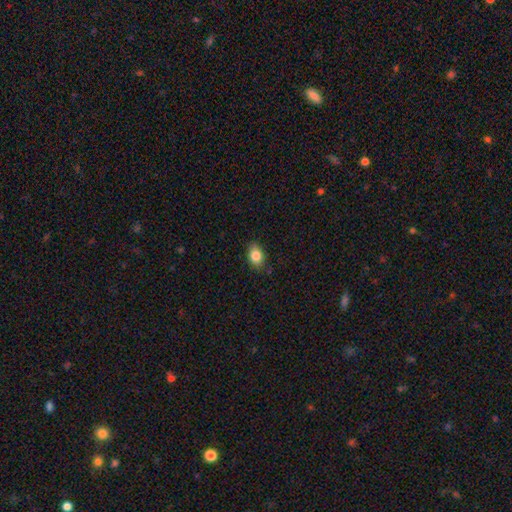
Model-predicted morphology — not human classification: Q: Smooth or featured?
A: smooth (83%); runner-up: star or artifact (9%)
Q: How rounded?
A: in between (76%); runner-up: round (23%)
Q: Merging?
A: none (80%); runner-up: minor disturbance (16%)